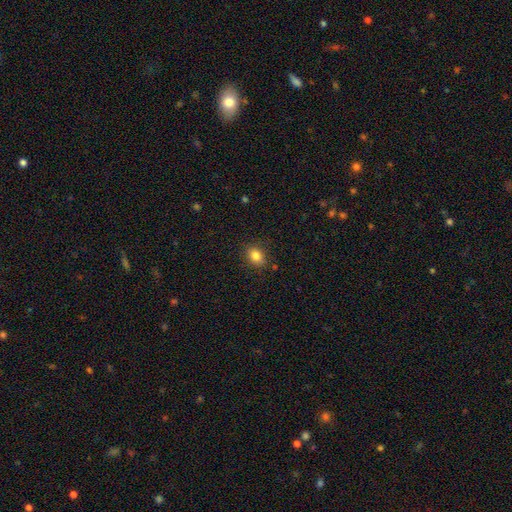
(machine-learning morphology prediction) A smooth galaxy with no disk features (83%) that is in between round and cigar-shaped (53%). Merging: none (85%).